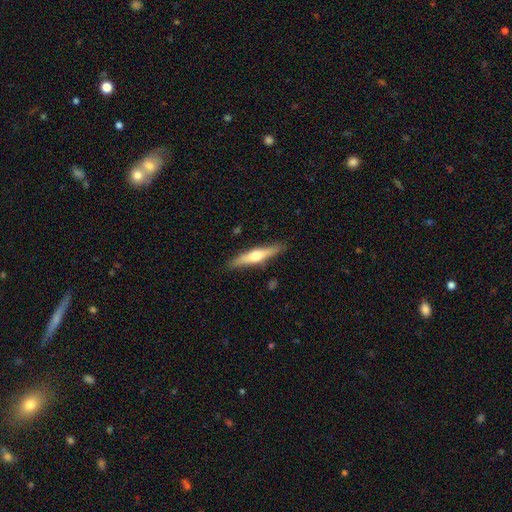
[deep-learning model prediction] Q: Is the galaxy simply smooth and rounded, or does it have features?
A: featured or disk — 59%.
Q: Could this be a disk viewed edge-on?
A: yes — 96%.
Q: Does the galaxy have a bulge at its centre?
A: rounded — 93%.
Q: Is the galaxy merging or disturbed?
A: none — 89%.